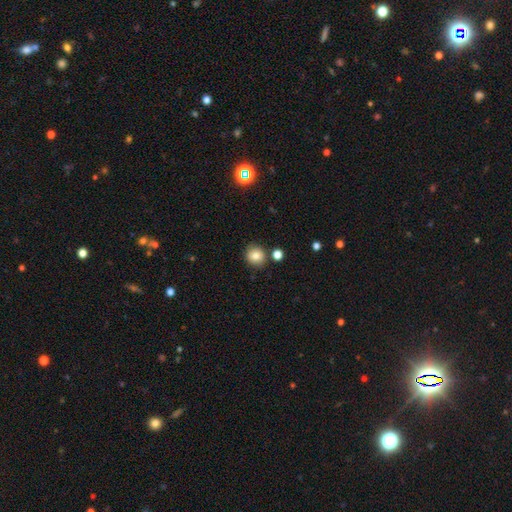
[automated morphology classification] A smooth galaxy with no disk features (81%) that is round (88%). Merging: none (81%).